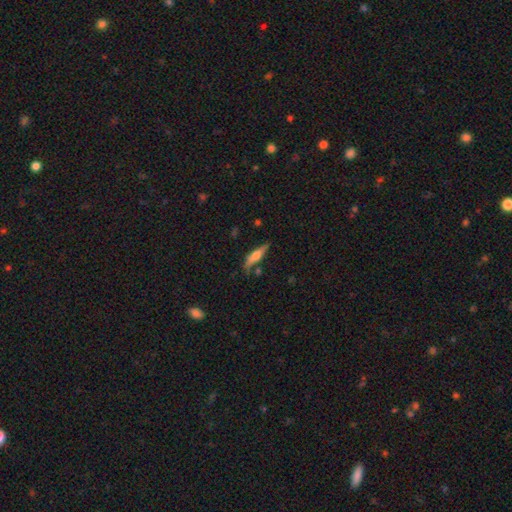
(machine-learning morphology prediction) type=featured or disk (50%); merging=none (72%).